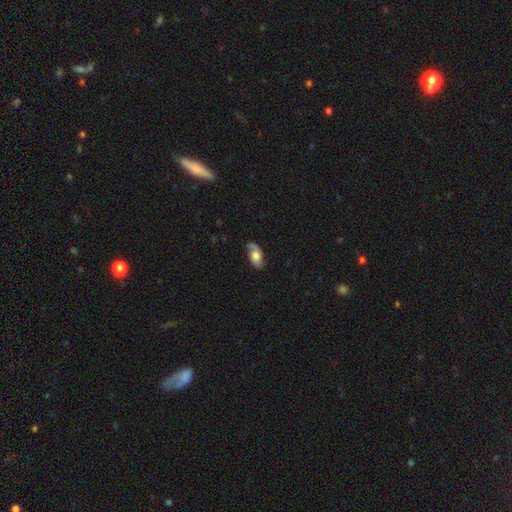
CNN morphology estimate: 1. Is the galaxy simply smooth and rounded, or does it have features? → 52% featured or disk, 41% smooth, 7% star or artifact.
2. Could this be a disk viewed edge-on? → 90% no, 10% yes.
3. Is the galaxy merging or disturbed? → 68% none, 23% minor disturbance, 8% major disturbance, 2% merger.